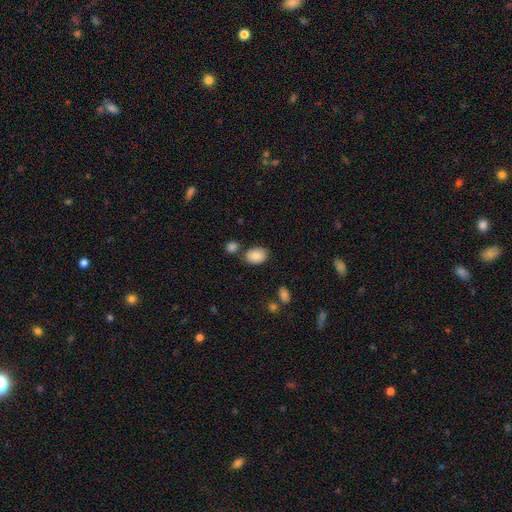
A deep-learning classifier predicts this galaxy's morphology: smooth_or_featured: smooth (p=0.88) [alt: star or artifact p=0.07]
how_rounded: in between (p=0.78) [alt: round p=0.21]
merging: none (p=0.72) [alt: minor disturbance p=0.14]